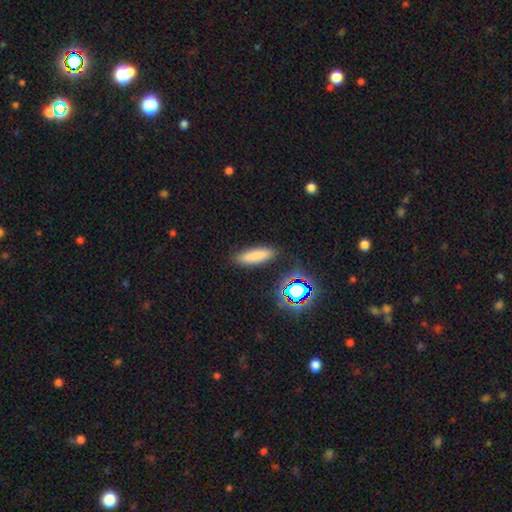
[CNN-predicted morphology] smooth_or_featured: smooth (p=0.78) [alt: star or artifact p=0.13]
how_rounded: cigar-shaped (p=0.51) [alt: in between p=0.46]
merging: none (p=0.86) [alt: minor disturbance p=0.09]